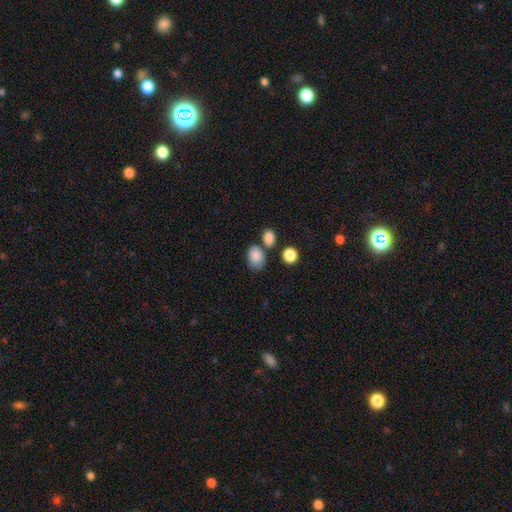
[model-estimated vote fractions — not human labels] Smooth or featured: smooth — 85% (star or artifact — 8%)
How rounded: in between — 77% (round — 21%)
Merging: none — 57% (minor disturbance — 20%)